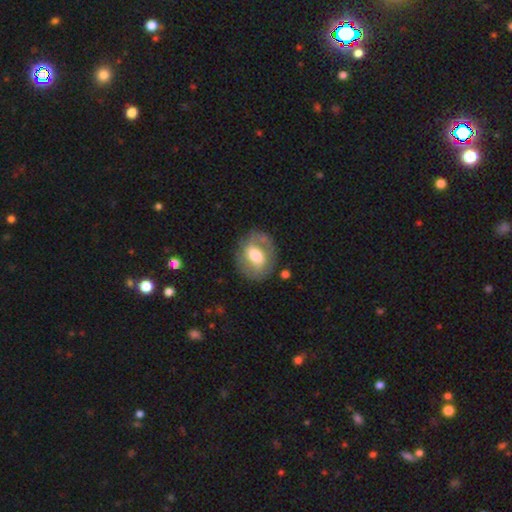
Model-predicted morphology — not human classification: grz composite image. It shows a featured or disk galaxy (53%) with a weak bar (42%), spiral arms (56%) and a moderate central bulge (59%). Merging: none (72%).